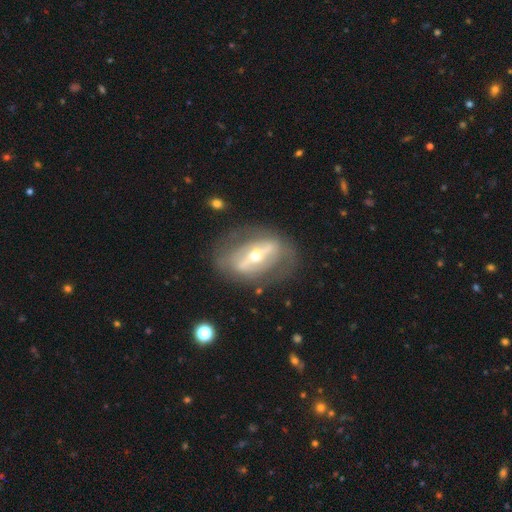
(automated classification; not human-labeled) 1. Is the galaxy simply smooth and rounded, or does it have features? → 79% featured or disk, 15% smooth, 6% star or artifact.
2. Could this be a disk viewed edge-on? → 81% no, 19% yes.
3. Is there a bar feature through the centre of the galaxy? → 73% strong, 16% weak, 11% no.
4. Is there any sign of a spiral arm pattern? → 61% no, 39% yes.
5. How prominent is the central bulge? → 64% moderate, 28% small, 6% large, 1% dominant, 1% none.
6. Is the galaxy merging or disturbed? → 70% none, 17% minor disturbance, 12% major disturbance, 2% merger.